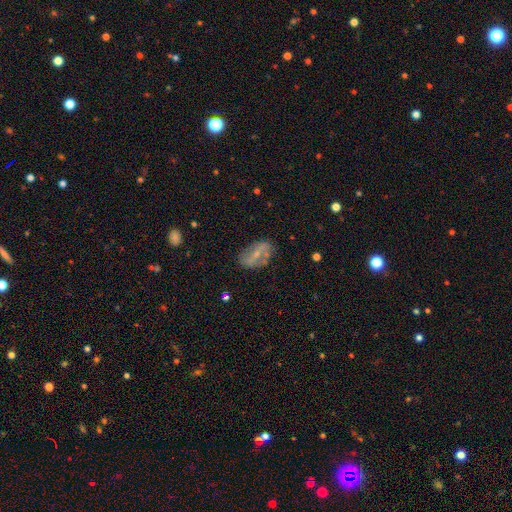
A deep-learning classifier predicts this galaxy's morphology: smooth_or_featured: featured or disk (p=0.58) [alt: smooth p=0.33]
disk_edge_on: no (p=0.89) [alt: yes p=0.11]
bar: strong (p=0.41) [alt: weak p=0.33]
has_spiral_arms: no (p=0.56) [alt: yes p=0.44]
bulge_size: small (p=0.65) [alt: moderate p=0.27]
merging: none (p=0.70) [alt: minor disturbance p=0.19]